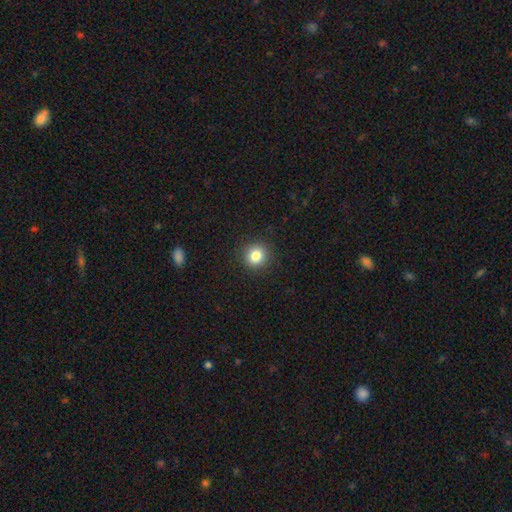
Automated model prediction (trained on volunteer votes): Overall: smooth (84%). How rounded: round (89%). Merging: none (91%).